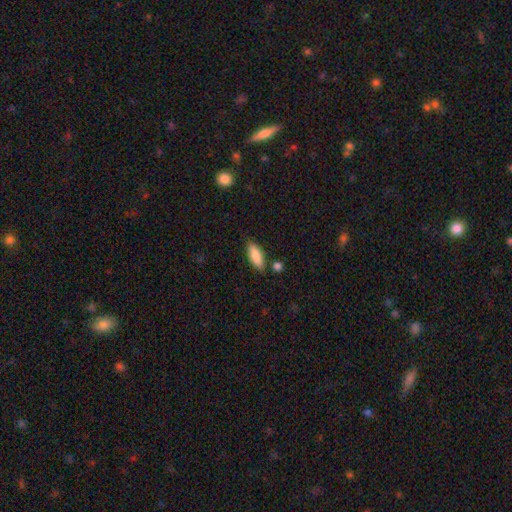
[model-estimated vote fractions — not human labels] smooth 87%, featured or disk 7%, star or artifact 6%. Down the decision tree: how rounded — in between (75%); merging — none (79%).